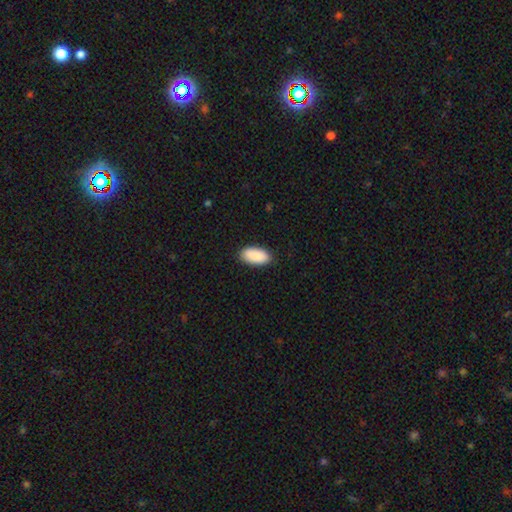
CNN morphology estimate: A smooth galaxy with no disk features (91%) that is in between round and cigar-shaped (95%).

Vote fractions:
- Smooth or featured? smooth: 91% / star or artifact: 6% / featured or disk: 3%
- How rounded? in between: 95% / cigar-shaped: 3% / round: 2%
- Merging? none: 87% / minor disturbance: 10% / major disturbance: 2% / merger: 1%